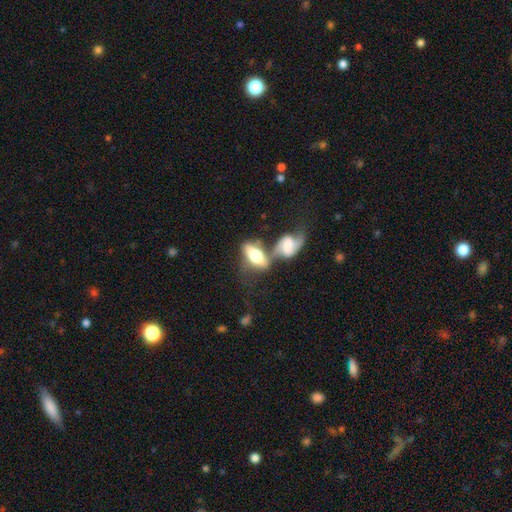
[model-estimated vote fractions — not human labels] Smooth or featured: smooth — 53% (featured or disk — 40%)
How rounded: in between — 82% (cigar-shaped — 13%)
Merging: merger — 59% (none — 21%)